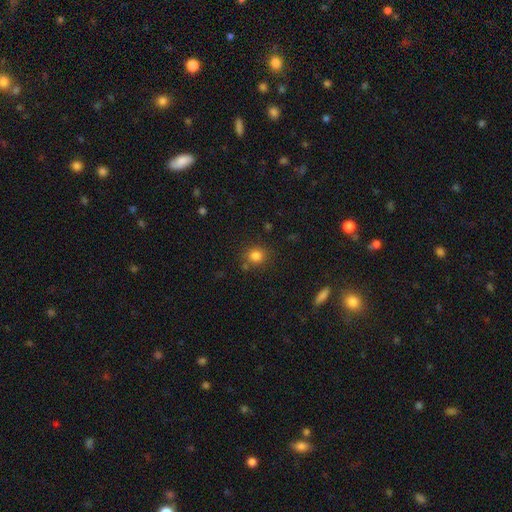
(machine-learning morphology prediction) type=smooth (82%); roundness=round (80%); merging=none (79%).